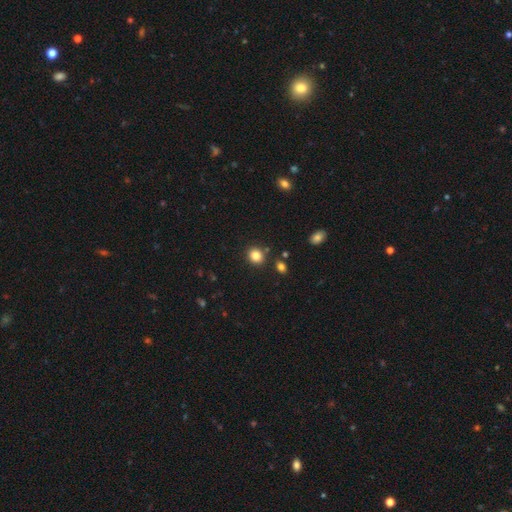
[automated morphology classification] This is clearly a smooth galaxy (83%). How rounded: clearly round (82%). Merging: clearly none (86%).